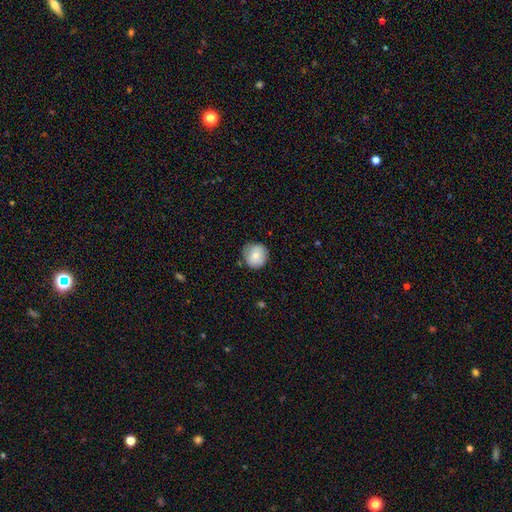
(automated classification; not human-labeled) A smooth galaxy with no disk features (72%) that is round (92%).

Vote fractions:
- Smooth or featured? smooth: 72% / featured or disk: 20% / star or artifact: 8%
- How rounded? round: 92% / in between: 7% / cigar-shaped: 1%
- Merging? none: 76% / minor disturbance: 19% / major disturbance: 3% / merger: 2%